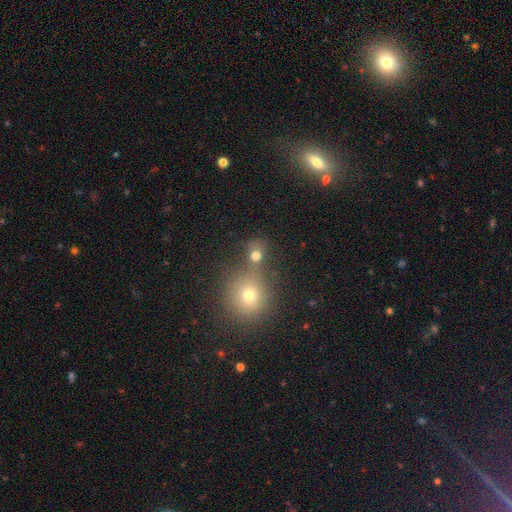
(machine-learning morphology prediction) smooth-or-featured: smooth: 72% | star or artifact: 18% | featured or disk: 10%
  how-rounded: round: 78% | in between: 21% | cigar-shaped: 1%
  merging: none: 47% | merger: 40% | minor disturbance: 8% | major disturbance: 5%